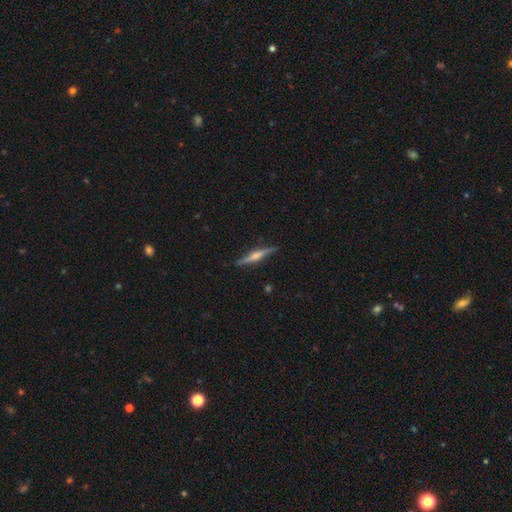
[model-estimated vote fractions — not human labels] smooth-or-featured: featured or disk: 69% | smooth: 25% | star or artifact: 6%
  disk-edge-on: yes: 97% | no: 3%
    edge-on-bulge: rounded: 76% | boxy: 15% | none: 9%
  merging: none: 87% | minor disturbance: 10% | major disturbance: 2% | merger: 1%